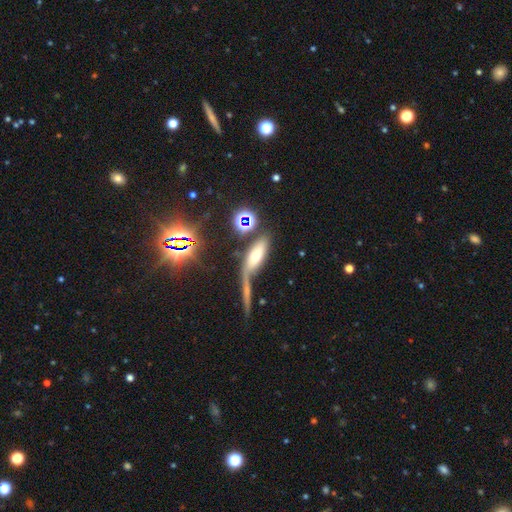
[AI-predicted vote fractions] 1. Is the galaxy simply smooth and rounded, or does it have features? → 52% smooth, 28% featured or disk, 20% star or artifact.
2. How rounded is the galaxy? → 67% in between, 27% cigar-shaped, 6% round.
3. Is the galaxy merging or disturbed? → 45% none, 27% merger, 15% minor disturbance, 13% major disturbance.